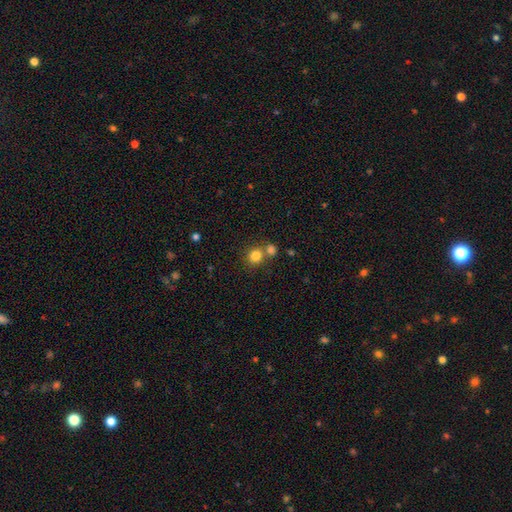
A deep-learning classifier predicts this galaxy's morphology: Q: Smooth or featured?
A: smooth (82%); runner-up: star or artifact (12%)
Q: How rounded?
A: round (88%); runner-up: in between (12%)
Q: Merging?
A: none (60%); runner-up: merger (30%)